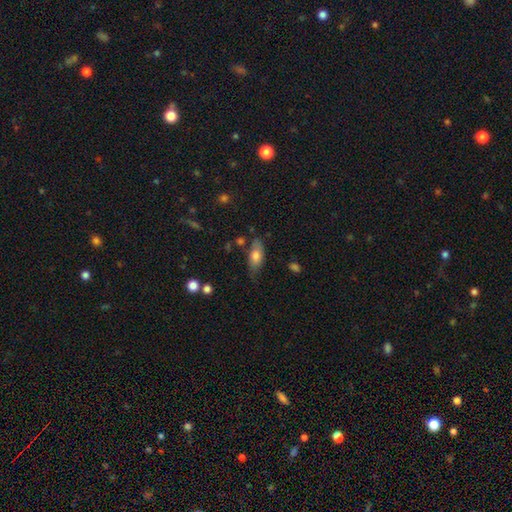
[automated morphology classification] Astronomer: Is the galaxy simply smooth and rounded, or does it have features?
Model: smooth — 73%.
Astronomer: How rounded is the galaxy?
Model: in between — 83%.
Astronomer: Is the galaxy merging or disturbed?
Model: none — 65%.